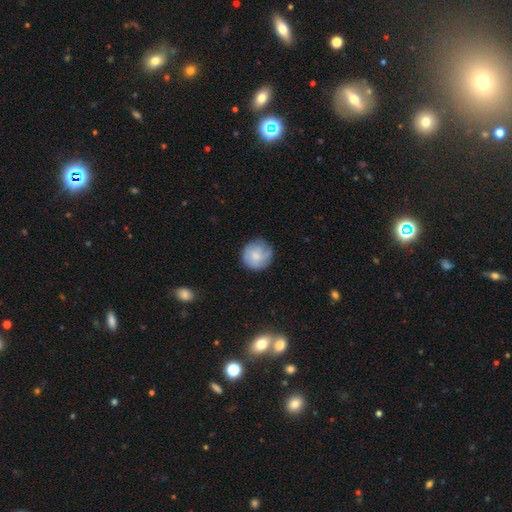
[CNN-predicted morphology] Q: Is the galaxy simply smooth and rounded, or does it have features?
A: smooth — 68%.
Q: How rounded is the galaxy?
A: round — 94%.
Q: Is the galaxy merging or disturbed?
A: none — 78%.